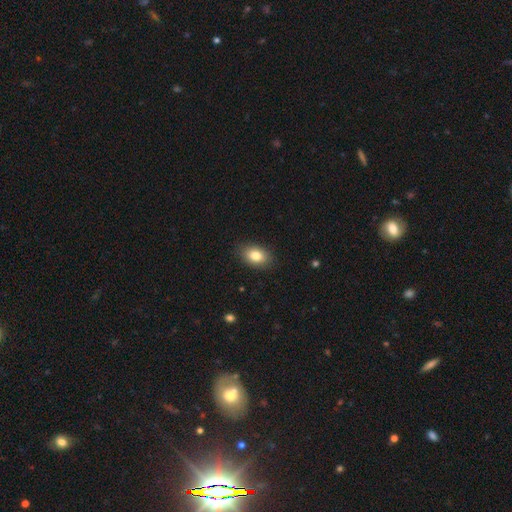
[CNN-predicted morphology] This appears to be a smooth galaxy with no disk features (83%) that is in between round and cigar-shaped (83%). Merging: none (87%).